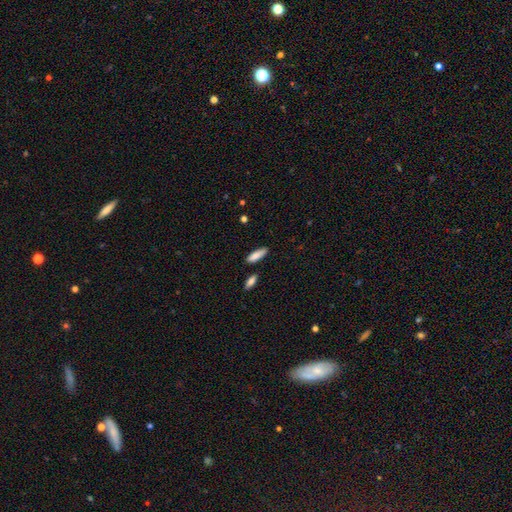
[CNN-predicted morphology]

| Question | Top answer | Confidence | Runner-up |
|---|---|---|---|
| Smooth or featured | smooth | 85% | featured or disk (9%) |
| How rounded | cigar-shaped | 52% | in between (46%) |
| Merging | none | 81% | minor disturbance (13%) |